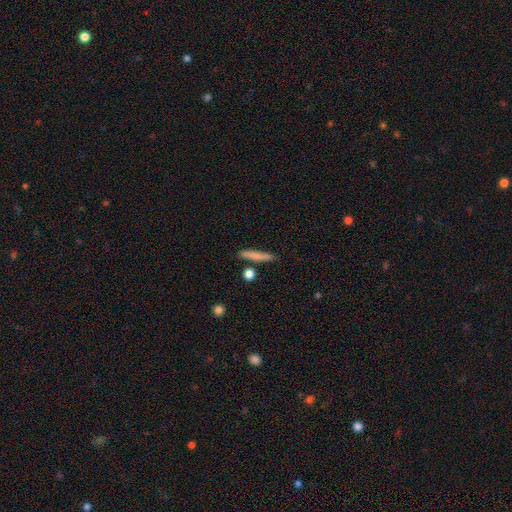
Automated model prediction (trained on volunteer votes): Smooth or featured? smooth (75%)
How rounded? cigar-shaped (90%)
Merging? none (82%)